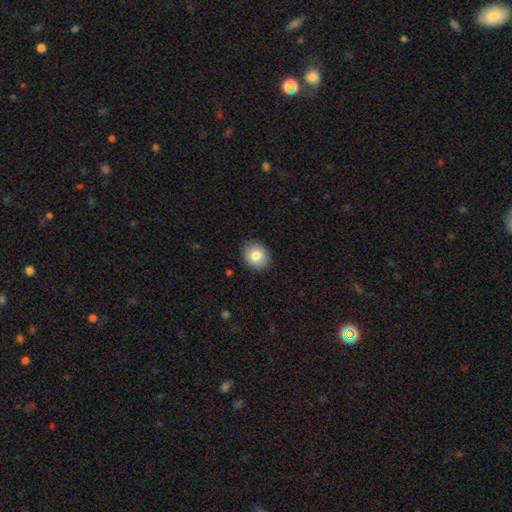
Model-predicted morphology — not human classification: smooth_or_featured: smooth (p=0.83) [alt: featured or disk p=0.09]
how_rounded: round (p=0.62) [alt: in between p=0.37]
merging: none (p=0.89) [alt: minor disturbance p=0.08]